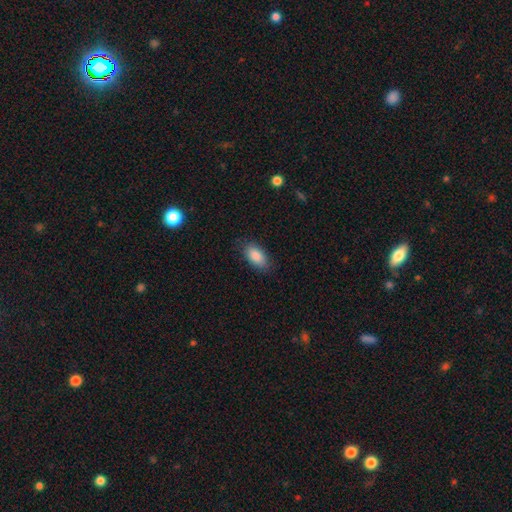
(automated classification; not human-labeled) Morphology: type=smooth (87%); roundness=in between (92%); merging=none (83%).